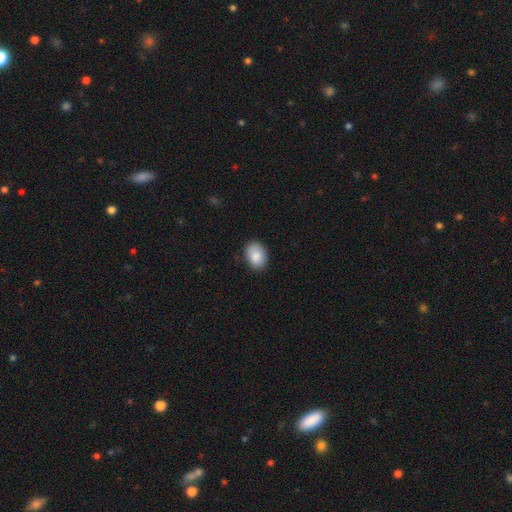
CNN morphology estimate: Smooth or featured?
  - smooth: 88% *
  - star or artifact: 7%
  - featured or disk: 5%
How rounded?
  - in between: 81% *
  - round: 18%
  - cigar-shaped: 1%
Merging?
  - none: 84% *
  - minor disturbance: 12%
  - major disturbance: 2%
  - merger: 1%